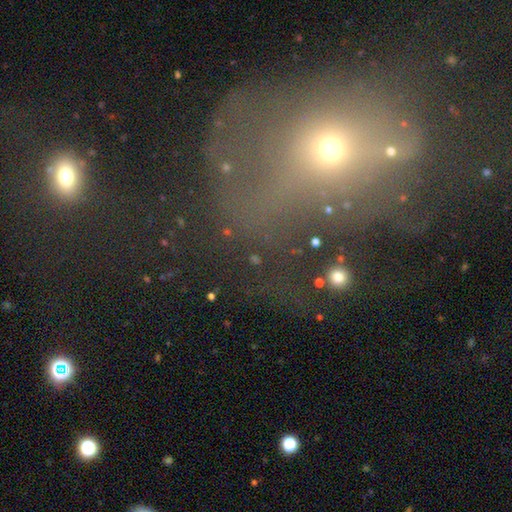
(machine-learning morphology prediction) Q: Smooth or featured?
A: smooth (43%); runner-up: star or artifact (32%)
Q: Merging?
A: none (39%); runner-up: major disturbance (32%)